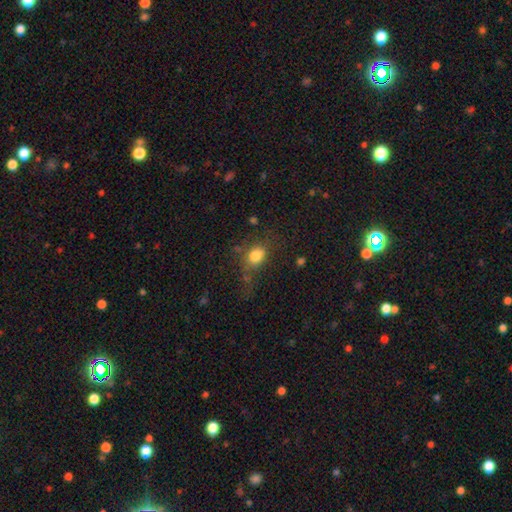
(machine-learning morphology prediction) Smooth or featured?
  - smooth: 79% *
  - star or artifact: 11%
  - featured or disk: 10%
How rounded?
  - in between: 59% *
  - round: 39%
  - cigar-shaped: 2%
Merging?
  - none: 53% *
  - minor disturbance: 22%
  - major disturbance: 19%
  - merger: 6%